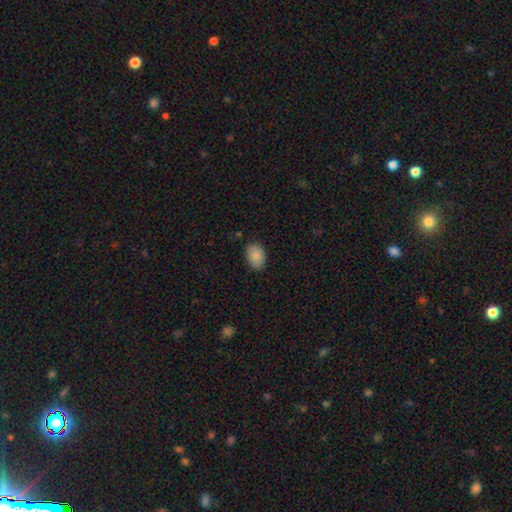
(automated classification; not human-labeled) Overall: smooth (89%). How rounded: in between (83%). Merging: none (83%).